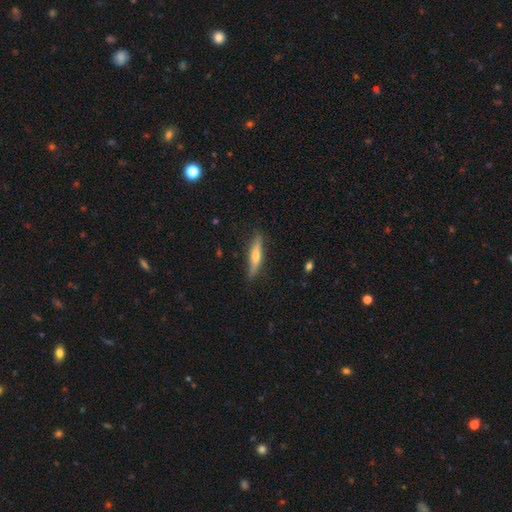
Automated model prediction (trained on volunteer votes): Smooth or featured? Predicted: featured or disk (p=0.50). Merging? Predicted: none (p=0.85).